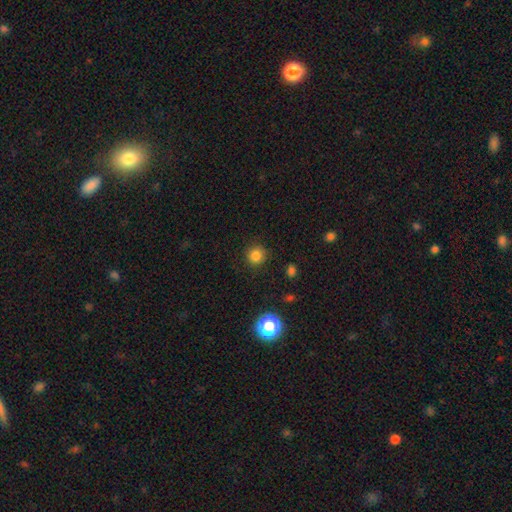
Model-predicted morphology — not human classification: smooth 81%, star or artifact 14%, featured or disk 5%. Down the decision tree: how rounded — round (94%); merging — none (89%).